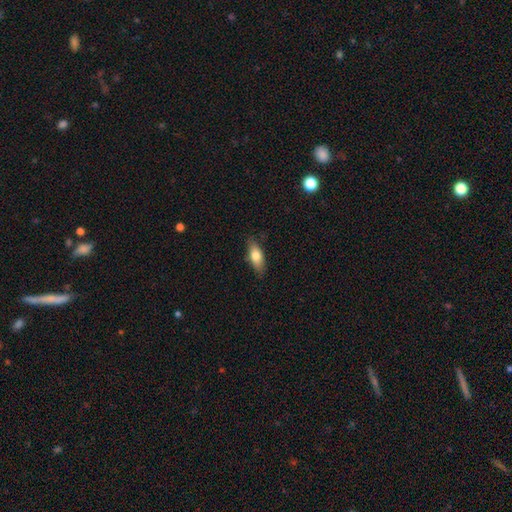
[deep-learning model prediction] This is likely a smooth galaxy (74%). How rounded: likely in between (74%). Merging: clearly none (83%).